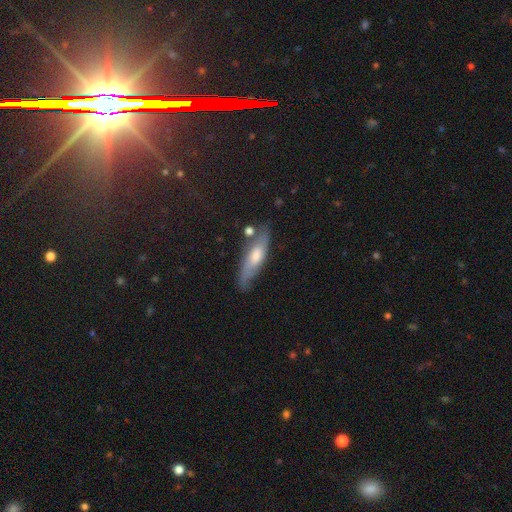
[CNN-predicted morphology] Smooth or featured? smooth (46%, tied with featured or disk)
Merging? none (69%)